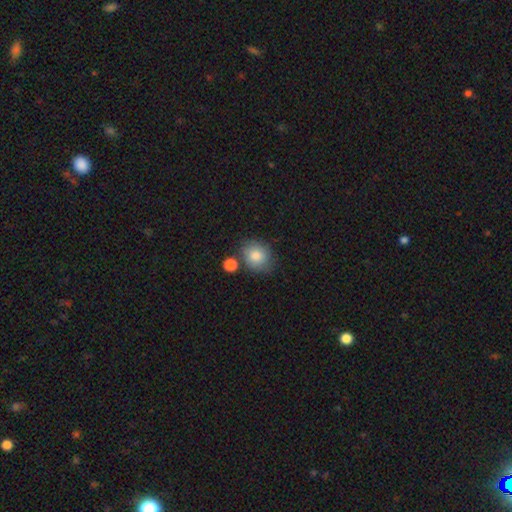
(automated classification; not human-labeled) A smooth galaxy with no disk features (82%) that is round (64%).

Vote fractions:
- Smooth or featured? smooth: 82% / featured or disk: 9% / star or artifact: 8%
- How rounded? round: 64% / in between: 35% / cigar-shaped: 1%
- Merging? none: 68% / minor disturbance: 16% / merger: 11% / major disturbance: 4%